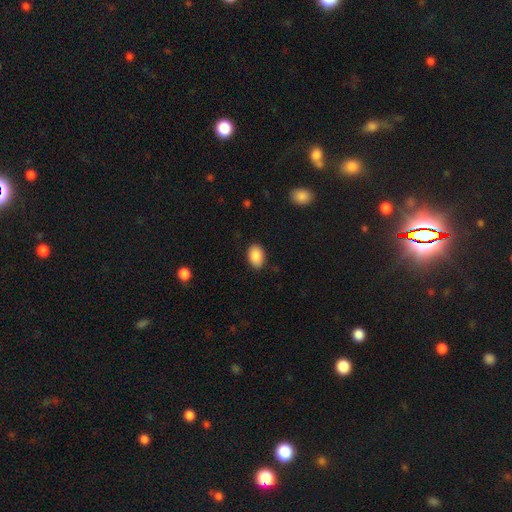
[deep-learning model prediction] smooth_or_featured: smooth (p=0.89) [alt: star or artifact p=0.07]
how_rounded: in between (p=0.87) [alt: round p=0.12]
merging: none (p=0.87) [alt: minor disturbance p=0.10]